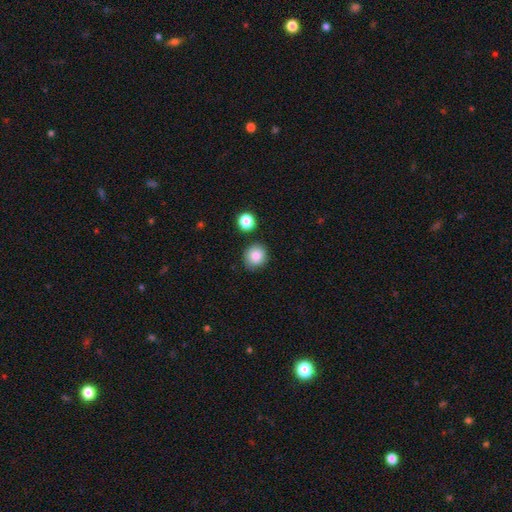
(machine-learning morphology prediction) Q: Smooth or featured?
A: smooth (84%); runner-up: star or artifact (9%)
Q: How rounded?
A: round (86%); runner-up: in between (13%)
Q: Merging?
A: none (83%); runner-up: minor disturbance (11%)